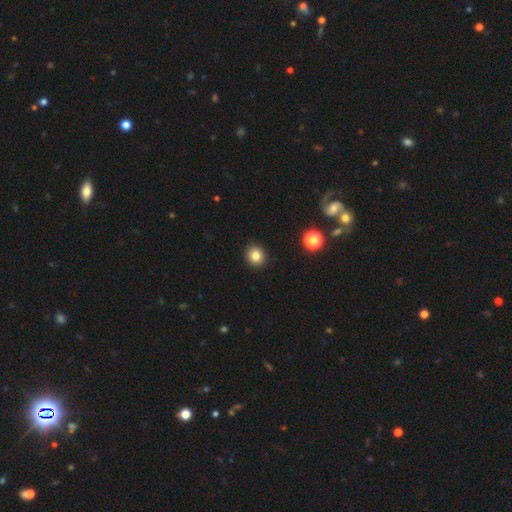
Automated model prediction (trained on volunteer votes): Smooth or featured? smooth (83%)
How rounded? round (87%)
Merging? none (92%)